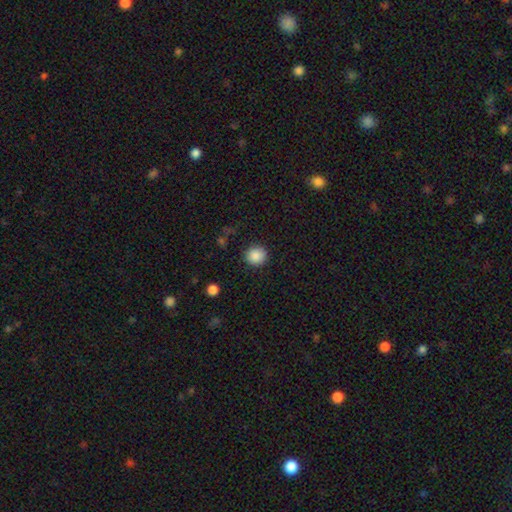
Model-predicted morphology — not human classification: Smooth or featured: smooth — 87% (star or artifact — 9%)
How rounded: round — 88% (in between — 11%)
Merging: none — 89% (minor disturbance — 7%)